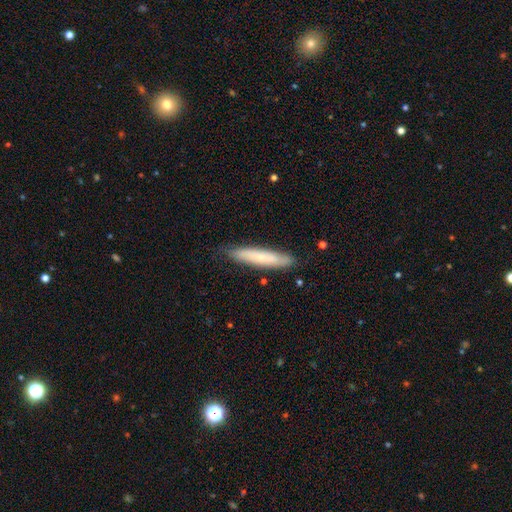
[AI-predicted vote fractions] The model was most divided on "smooth or featured": smooth: 66%, featured or disk: 27%, star or artifact: 7%. More confident: how rounded — cigar-shaped (92%); merging — none (86%).